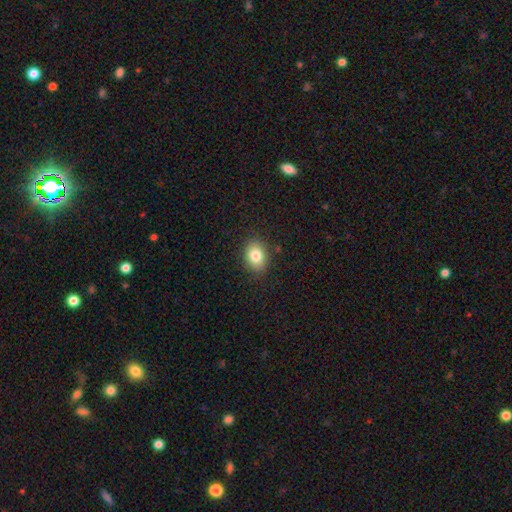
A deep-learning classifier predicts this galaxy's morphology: Smooth or featured: smooth — 82% (star or artifact — 10%)
How rounded: in between — 68% (round — 31%)
Merging: none — 87% (minor disturbance — 9%)